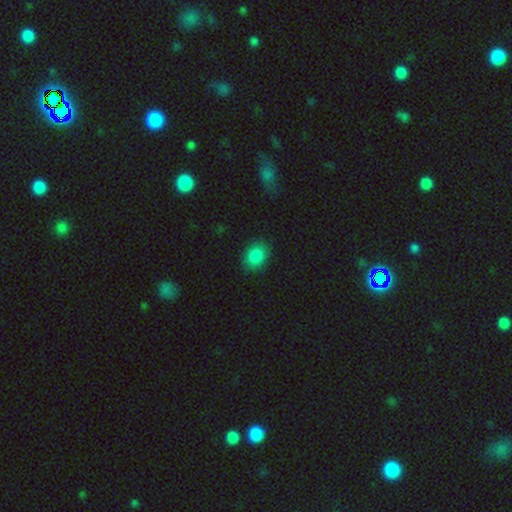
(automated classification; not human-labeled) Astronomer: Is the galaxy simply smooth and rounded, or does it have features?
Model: smooth — 86%.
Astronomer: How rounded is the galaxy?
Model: in between — 62% (runner-up: round, 37%).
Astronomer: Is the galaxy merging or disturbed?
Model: none — 86%.